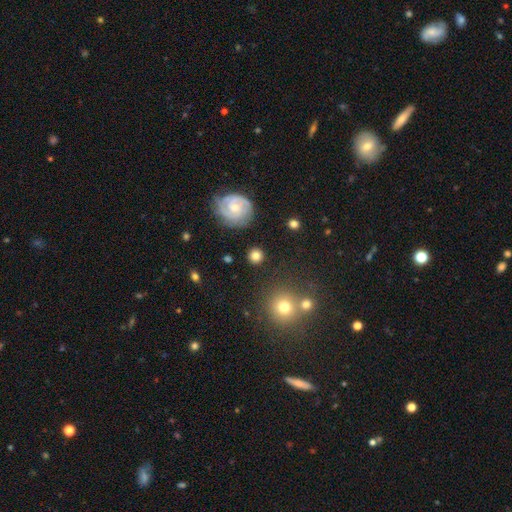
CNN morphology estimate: Smooth or featured? Predicted: smooth (p=0.74). How rounded? Predicted: round (p=0.91). Merging? Predicted: none (p=0.87).